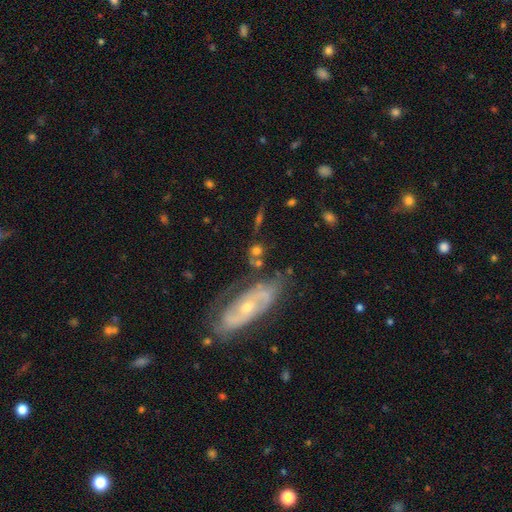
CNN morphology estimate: The model was most divided on "bulge size": small: 53%, moderate: 43%, large: 2%, none: 1%, dominant: 1%. More confident: edge-on disk — no (83%); spiral arms — yes (75%); merging — none (72%); smooth or featured — featured or disk (72%); bar — no (68%).